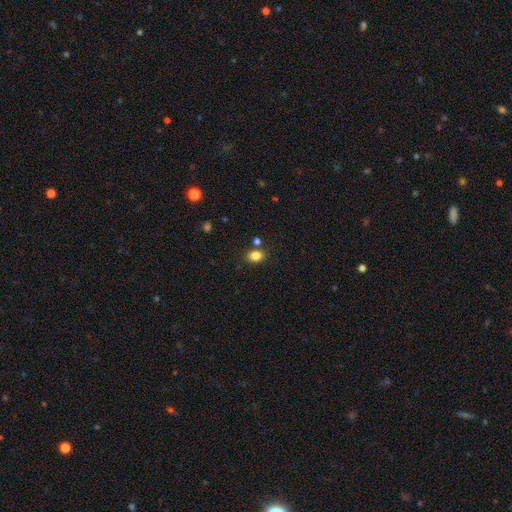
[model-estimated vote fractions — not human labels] smooth-or-featured: smooth: 83% | star or artifact: 11% | featured or disk: 6%
  how-rounded: in between: 66% | round: 33% | cigar-shaped: 1%
  merging: none: 79% | minor disturbance: 10% | merger: 8% | major disturbance: 3%